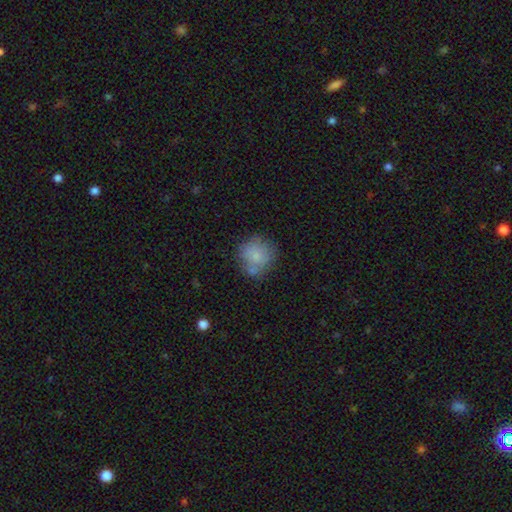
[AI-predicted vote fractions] smooth-or-featured: smooth: 79% | featured or disk: 12% | star or artifact: 8%
  how-rounded: round: 88% | in between: 11% | cigar-shaped: 1%
  merging: none: 61% | minor disturbance: 19% | merger: 14% | major disturbance: 6%